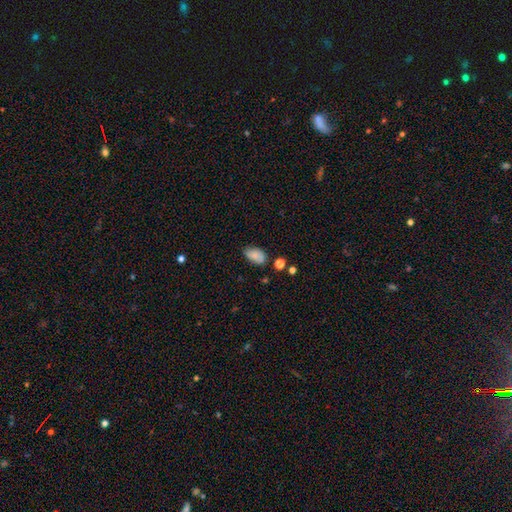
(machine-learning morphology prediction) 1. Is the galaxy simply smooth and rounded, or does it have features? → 79% smooth, 12% featured or disk, 9% star or artifact.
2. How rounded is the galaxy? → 91% in between, 7% round, 2% cigar-shaped.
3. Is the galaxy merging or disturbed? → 61% none, 29% minor disturbance, 6% major disturbance, 5% merger.